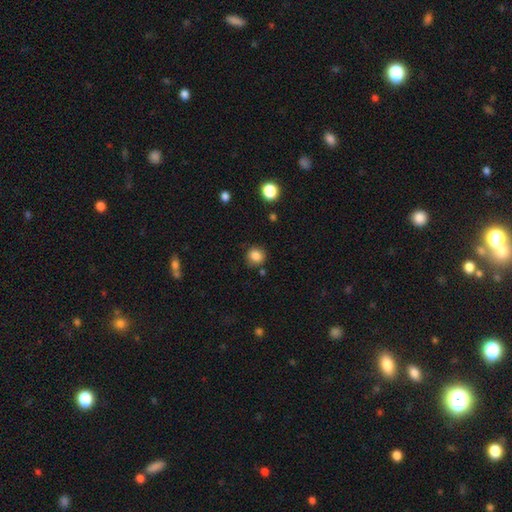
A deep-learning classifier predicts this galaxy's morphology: Smooth or featured? smooth (85%)
How rounded? round (88%)
Merging? none (83%)